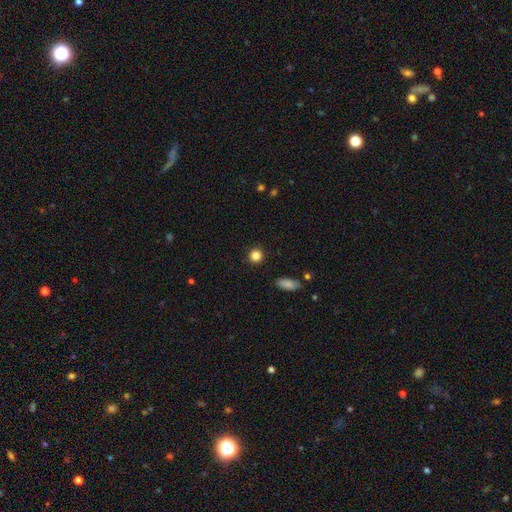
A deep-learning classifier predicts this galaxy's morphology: Smooth or featured? smooth (85%)
How rounded? round (92%)
Merging? none (91%)